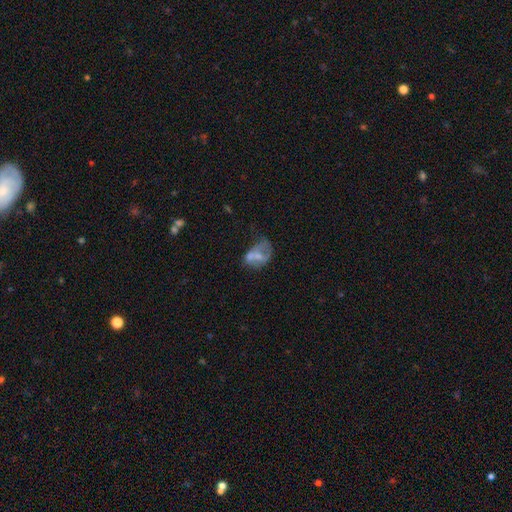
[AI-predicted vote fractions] Smooth or featured: smooth — 45% (featured or disk — 44%)
Merging: merger — 29% (major disturbance — 28%)